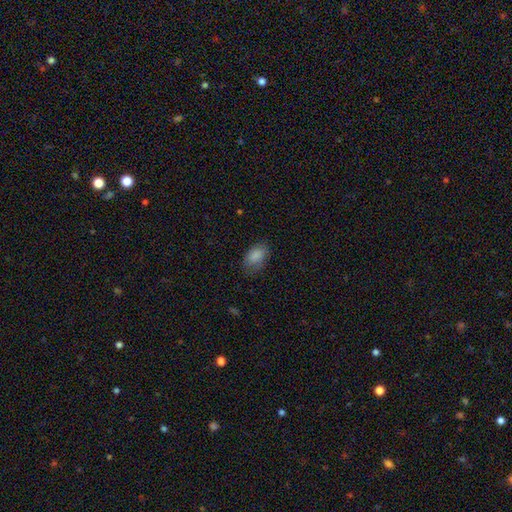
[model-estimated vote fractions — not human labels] Overall: smooth (86%). How rounded: in between (91%). Merging: none (71%).